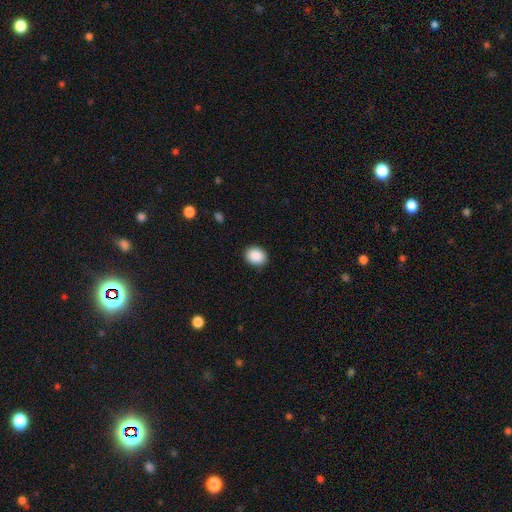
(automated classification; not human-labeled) smooth_or_featured: smooth (p=0.90) [alt: star or artifact p=0.07]
how_rounded: in between (p=0.53) [alt: round p=0.47]
merging: none (p=0.90) [alt: minor disturbance p=0.07]